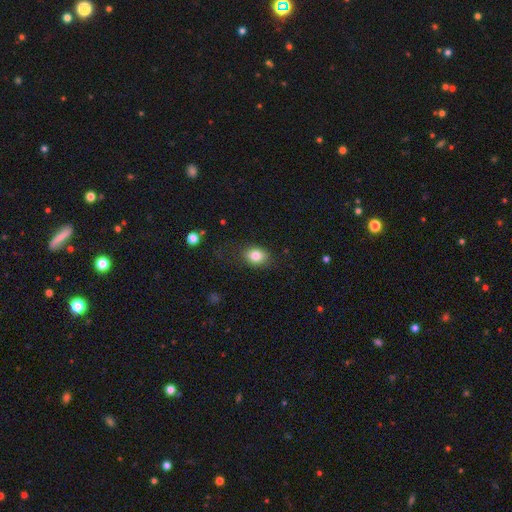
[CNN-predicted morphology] smooth-or-featured: smooth: 82% | star or artifact: 10% | featured or disk: 8%
  how-rounded: in between: 61% | round: 37% | cigar-shaped: 1%
  merging: none: 80% | minor disturbance: 14% | major disturbance: 5% | merger: 1%